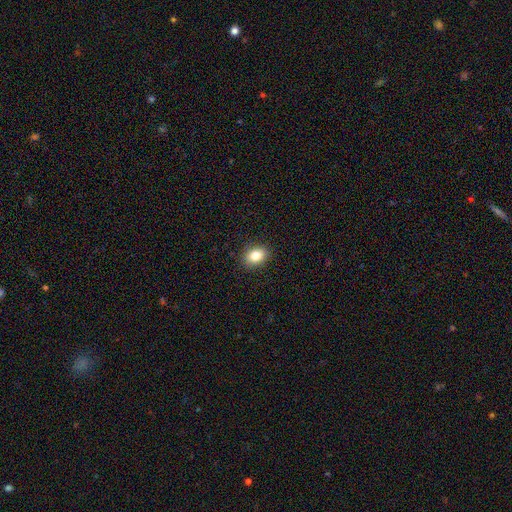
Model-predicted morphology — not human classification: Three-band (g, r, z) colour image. It shows a smooth galaxy with no disk features (83%) that is in between round and cigar-shaped (67%). Merging: none (89%).